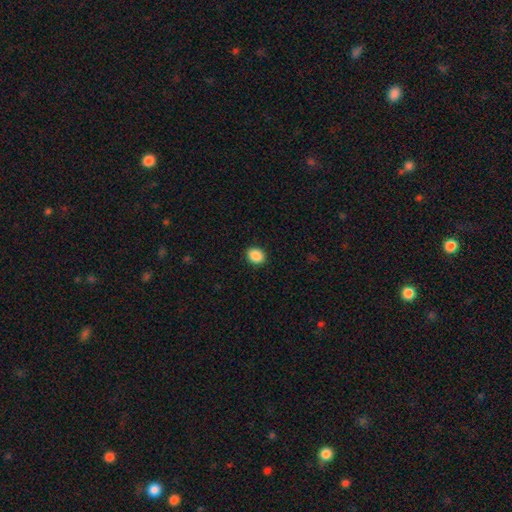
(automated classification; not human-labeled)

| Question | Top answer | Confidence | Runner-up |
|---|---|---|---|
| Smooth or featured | smooth | 89% | star or artifact (8%) |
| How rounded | round | 55% | in between (44%) |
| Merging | none | 91% | minor disturbance (6%) |